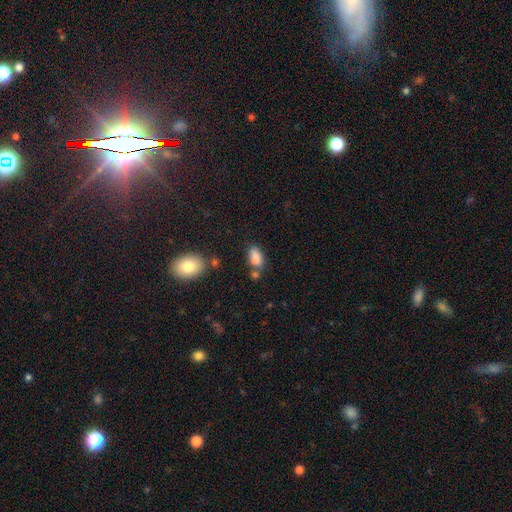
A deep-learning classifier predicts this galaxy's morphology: This is clearly a smooth galaxy (80%). How rounded: clearly in between (87%). Merging: possibly none (52%).